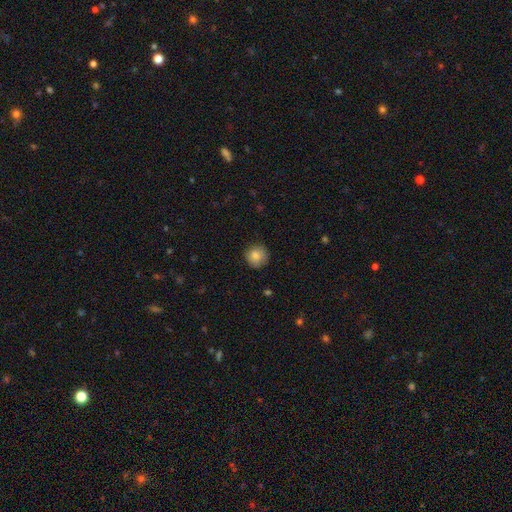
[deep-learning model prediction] smooth-or-featured: smooth: 85% | star or artifact: 9% | featured or disk: 6%
  how-rounded: round: 92% | in between: 7% | cigar-shaped: 1%
  merging: none: 85% | minor disturbance: 11% | major disturbance: 2% | merger: 1%